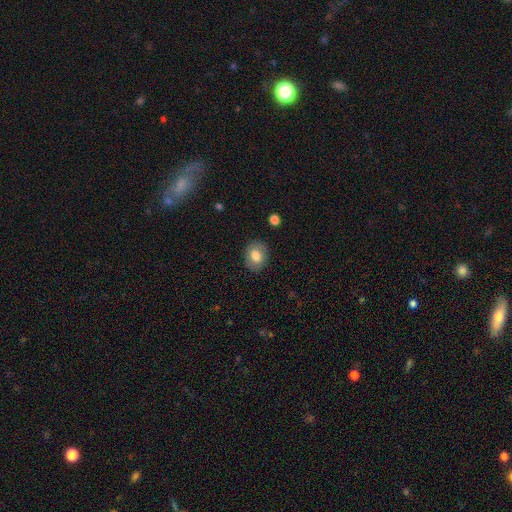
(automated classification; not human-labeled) A smooth galaxy with no disk features (76%) that is in between round and cigar-shaped (53%). Merging: none (87%).